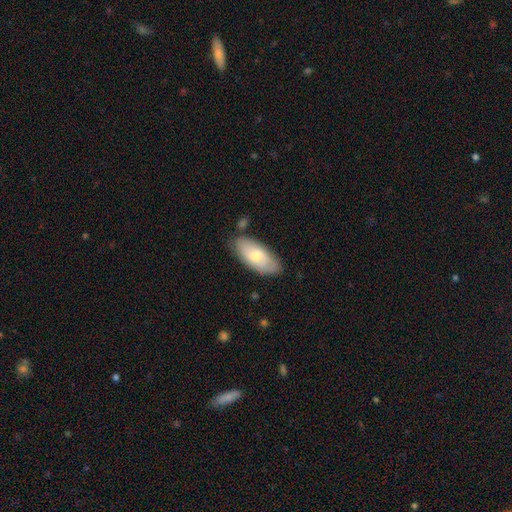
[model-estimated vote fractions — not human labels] Smooth or featured: smooth — 63% (featured or disk — 31%)
How rounded: in between — 90% (cigar-shaped — 8%)
Merging: none — 75% (minor disturbance — 18%)